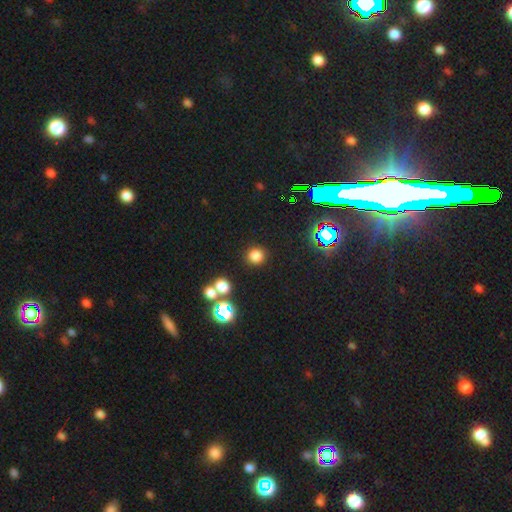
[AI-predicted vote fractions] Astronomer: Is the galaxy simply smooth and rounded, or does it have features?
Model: smooth — 75%.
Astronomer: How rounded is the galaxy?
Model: round — 89%.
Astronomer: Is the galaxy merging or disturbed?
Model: none — 85%.